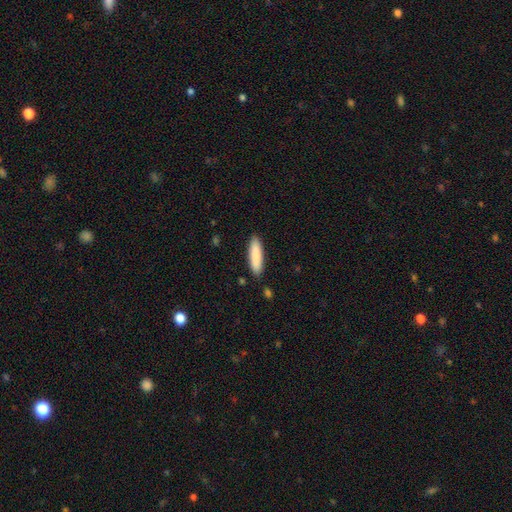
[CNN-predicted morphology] The model was most divided on "how rounded": cigar-shaped: 70%, in between: 29%, round: 1%. More confident: merging — none (88%); smooth or featured — smooth (86%).